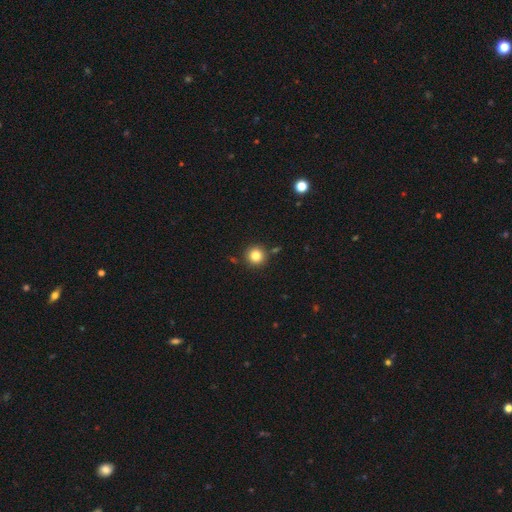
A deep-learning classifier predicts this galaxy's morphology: smooth_or_featured: smooth (p=0.83) [alt: star or artifact p=0.11]
how_rounded: round (p=0.95) [alt: in between p=0.04]
merging: none (p=0.87) [alt: minor disturbance p=0.07]